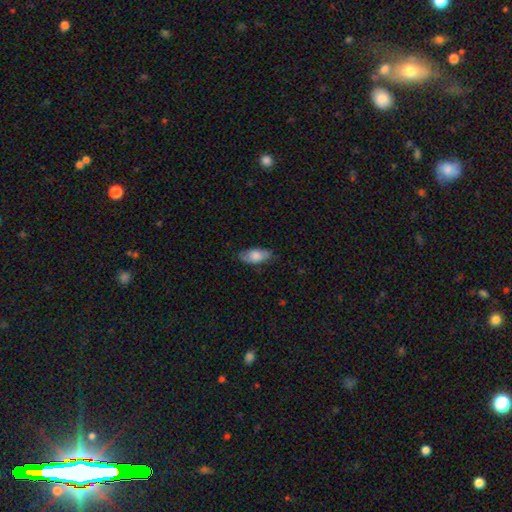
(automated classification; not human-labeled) Smooth or featured?
  - smooth: 74% *
  - featured or disk: 19%
  - star or artifact: 6%
How rounded?
  - in between: 89% *
  - cigar-shaped: 8%
  - round: 3%
Merging?
  - none: 75% *
  - minor disturbance: 20%
  - major disturbance: 4%
  - merger: 1%